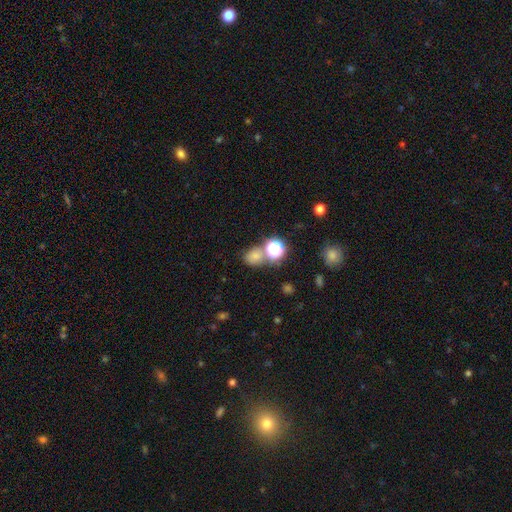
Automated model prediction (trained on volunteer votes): Smooth or featured? smooth (67%)
How rounded? round (67%)
Merging? none (59%)